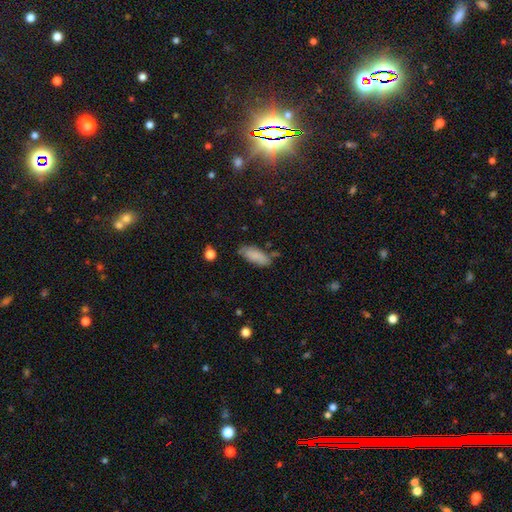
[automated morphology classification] Smooth or featured: smooth — 83% (featured or disk — 10%)
How rounded: in between — 80% (cigar-shaped — 18%)
Merging: none — 64% (minor disturbance — 25%)